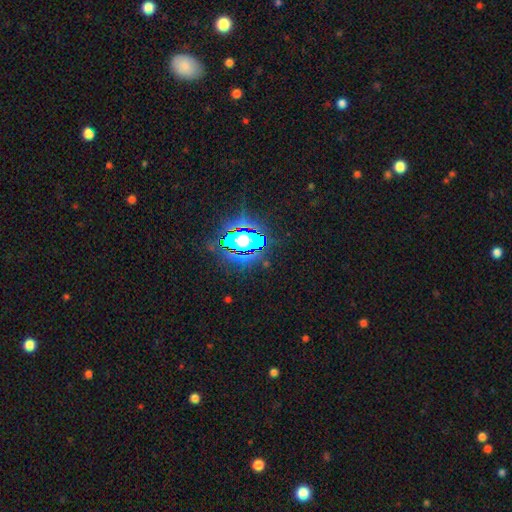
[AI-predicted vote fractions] Smooth or featured? Predicted: star or artifact (p=0.84).